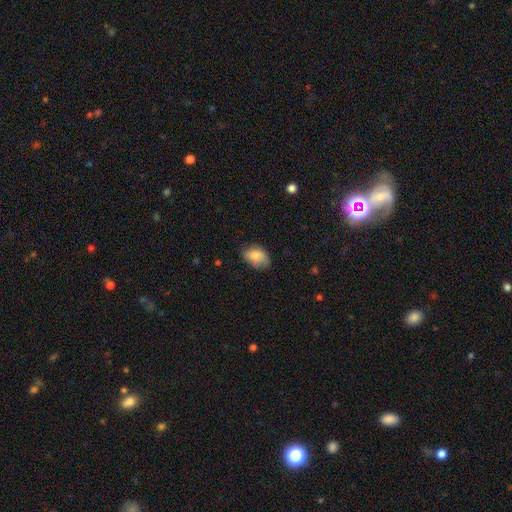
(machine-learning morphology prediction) Smooth or featured?
  - smooth: 80% *
  - featured or disk: 13%
  - star or artifact: 7%
How rounded?
  - in between: 87% *
  - round: 11%
  - cigar-shaped: 1%
Merging?
  - none: 71% *
  - minor disturbance: 23%
  - major disturbance: 4%
  - merger: 1%